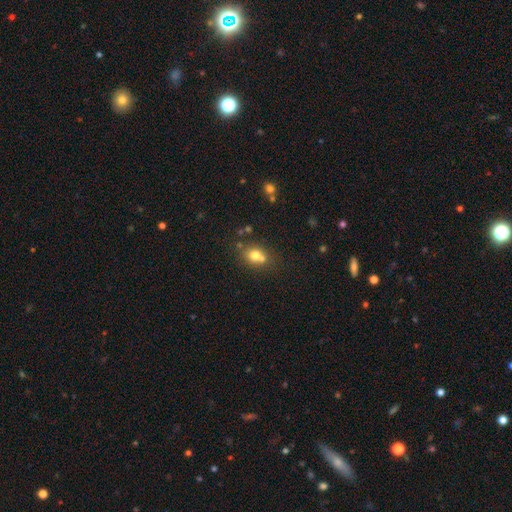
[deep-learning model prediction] This appears to be a smooth galaxy with no disk features (72%) that is round (56%). Merging: none (49%).